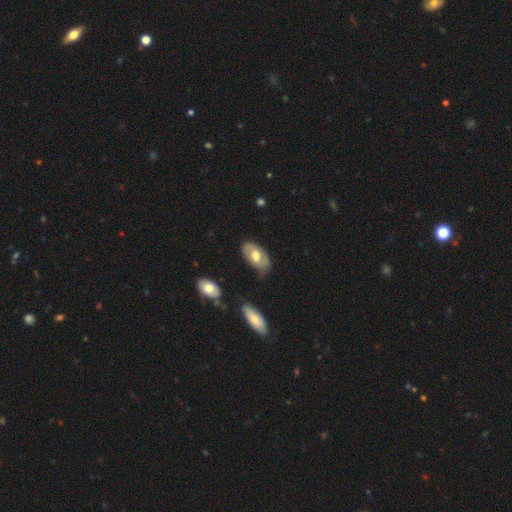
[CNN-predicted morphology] Overall: smooth (48%; featured or disk 47%). Merging: none (68%).